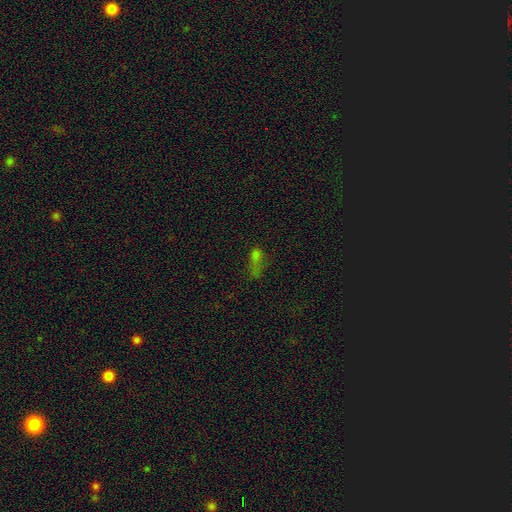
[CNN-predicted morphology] smooth-or-featured: smooth: 54% | star or artifact: 31% | featured or disk: 15%
  how-rounded: in between: 62% | round: 25% | cigar-shaped: 14%
  merging: none: 33% | major disturbance: 29% | minor disturbance: 20% | merger: 18%